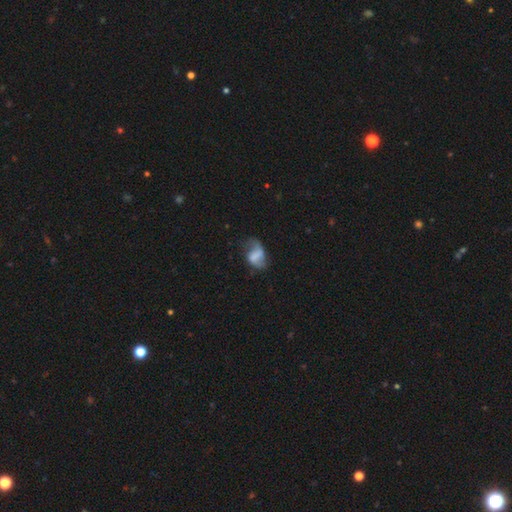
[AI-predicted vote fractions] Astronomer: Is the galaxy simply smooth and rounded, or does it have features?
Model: featured or disk — 51% (runner-up: smooth, 39%).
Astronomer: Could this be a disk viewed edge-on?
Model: no — 97%.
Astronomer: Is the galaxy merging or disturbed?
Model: none — 43% (runner-up: minor disturbance, 29%).